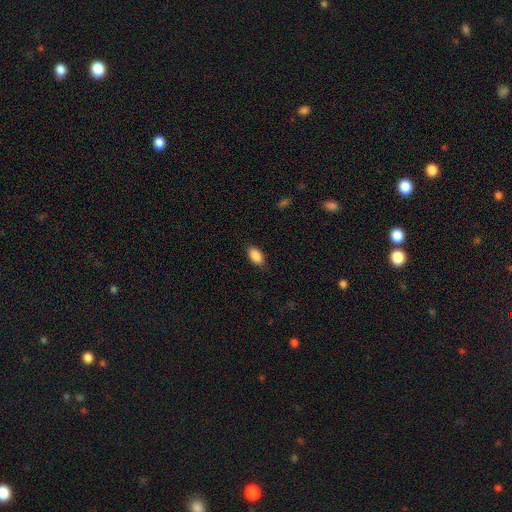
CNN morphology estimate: Smooth or featured?
  - smooth: 88% *
  - star or artifact: 7%
  - featured or disk: 4%
How rounded?
  - in between: 92% *
  - round: 6%
  - cigar-shaped: 2%
Merging?
  - none: 83% *
  - minor disturbance: 13%
  - major disturbance: 3%
  - merger: 1%